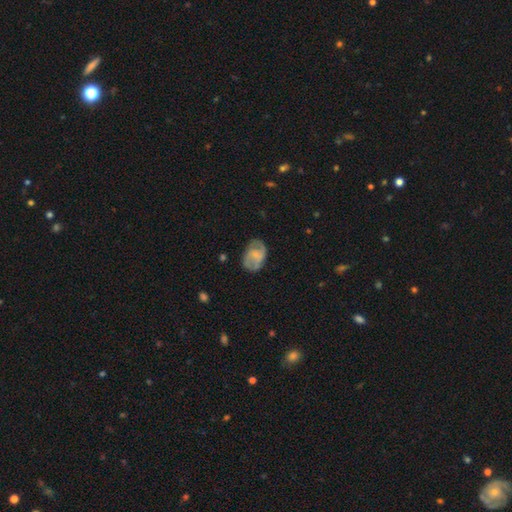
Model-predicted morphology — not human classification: Smooth or featured? featured or disk (57%)
Edge-on disk? no (97%)
Bar? no (49%)
Spiral arms? yes (80%)
Bulge size? small (42%)
Merging? none (69%)